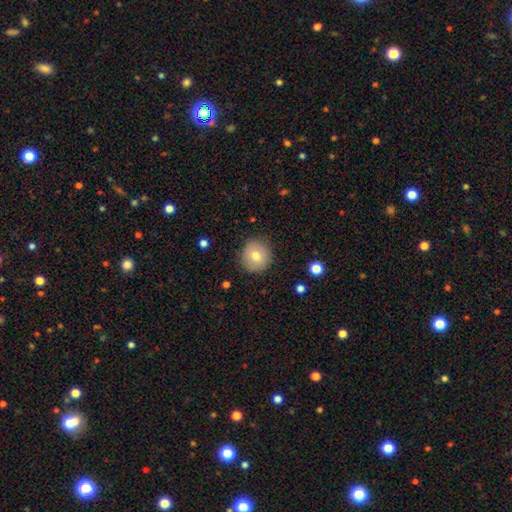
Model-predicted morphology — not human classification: Q: Smooth or featured?
A: smooth (74%); runner-up: featured or disk (17%)
Q: How rounded?
A: round (90%); runner-up: in between (9%)
Q: Merging?
A: none (85%); runner-up: minor disturbance (11%)